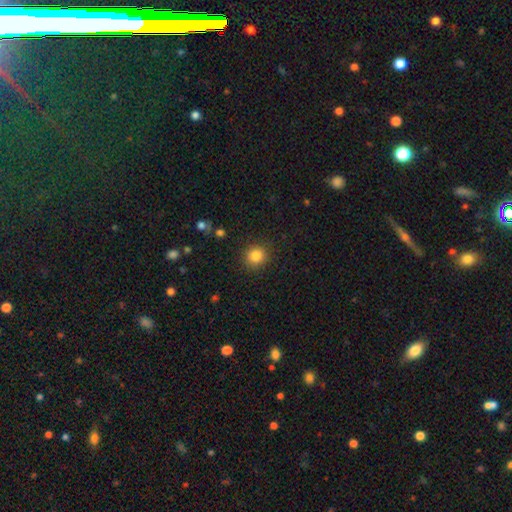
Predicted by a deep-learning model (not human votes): Overall: smooth (84%). How rounded: round (89%). Merging: none (90%).